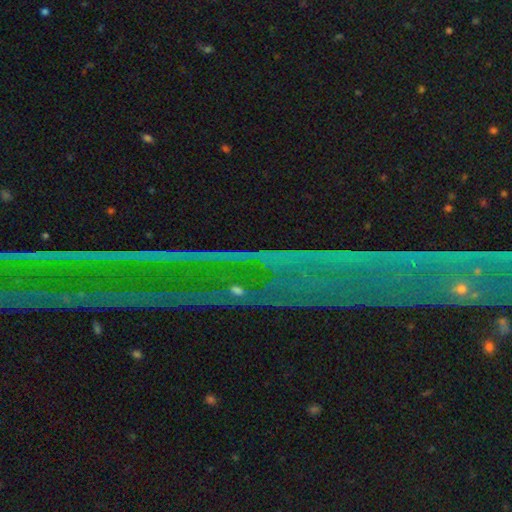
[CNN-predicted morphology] Overall: star or artifact (77%).